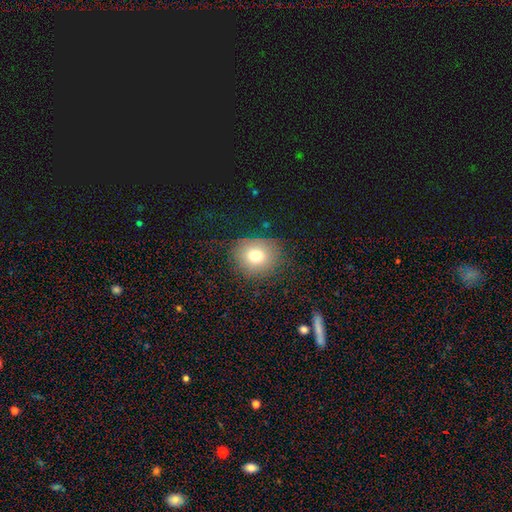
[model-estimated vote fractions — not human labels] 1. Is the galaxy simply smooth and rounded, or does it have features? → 74% smooth, 13% star or artifact, 13% featured or disk.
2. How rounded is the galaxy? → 74% round, 26% in between, 1% cigar-shaped.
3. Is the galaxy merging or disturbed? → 82% none, 12% minor disturbance, 5% major disturbance, 1% merger.